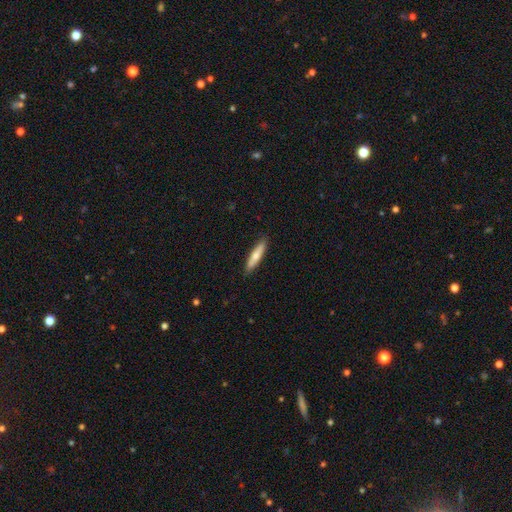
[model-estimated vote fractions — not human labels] smooth-or-featured: smooth: 64% | featured or disk: 31% | star or artifact: 5%
  how-rounded: cigar-shaped: 86% | in between: 12% | round: 1%
  merging: none: 89% | minor disturbance: 8% | major disturbance: 2% | merger: 1%